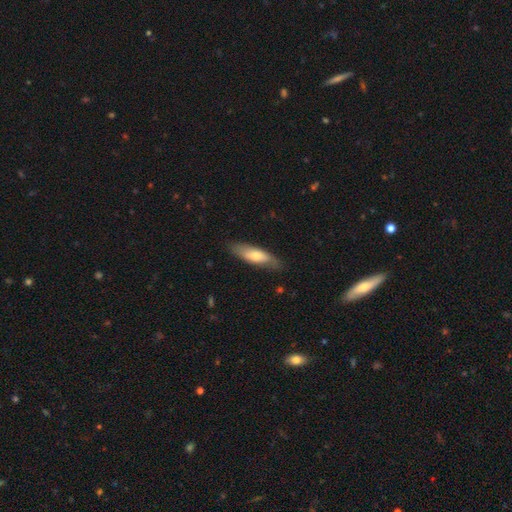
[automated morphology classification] smooth 62%, featured or disk 32%, star or artifact 6%. Down the decision tree: how rounded — cigar-shaped (53%); merging — none (79%).